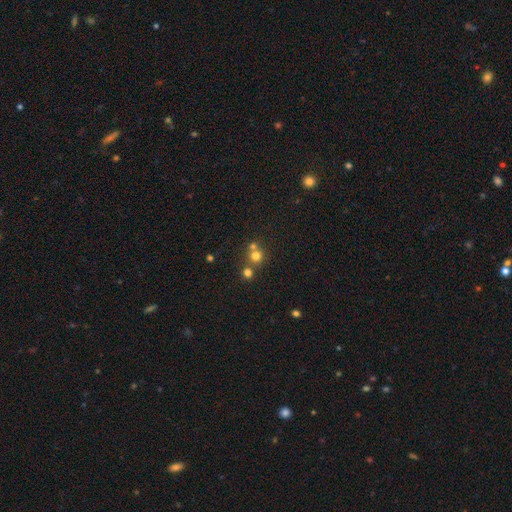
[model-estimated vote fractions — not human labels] This appears to be a smooth galaxy with no disk features (72%) that is round (90%). Merging: none (56%).